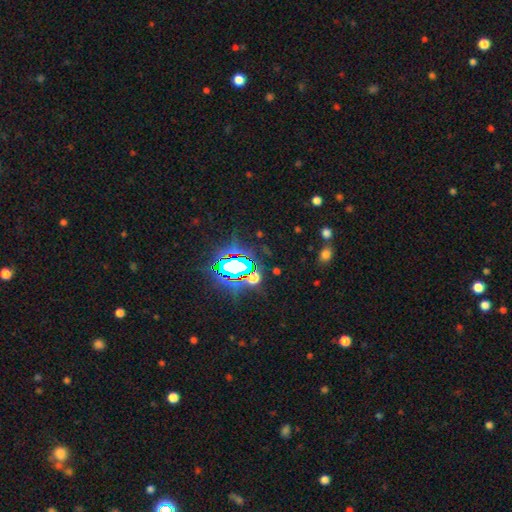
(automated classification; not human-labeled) A star or artifact, not a galaxy (82%).

Vote fractions:
- Smooth or featured? star or artifact: 82% / smooth: 10% / featured or disk: 8%